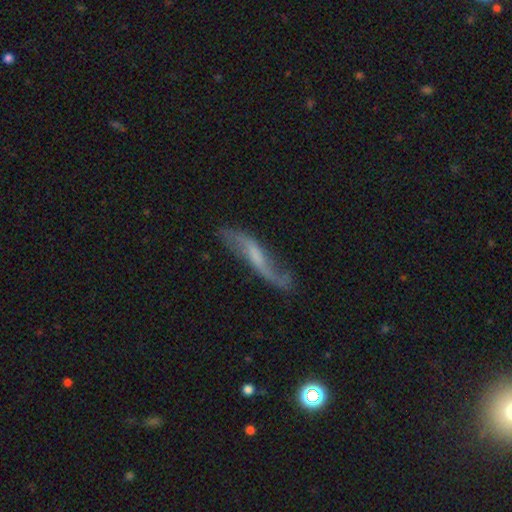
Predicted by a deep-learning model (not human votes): Smooth or featured? Predicted: featured or disk (p=0.77). Edge-on disk? Predicted: no (p=0.78). Bar? Predicted: weak (p=0.45). Spiral arms? Predicted: yes (p=0.92). Spiral winding? Predicted: loose (p=0.88). Spiral arm count? Predicted: 2 (p=0.88). Bulge size? Predicted: none (p=0.40). Merging? Predicted: none (p=0.63).